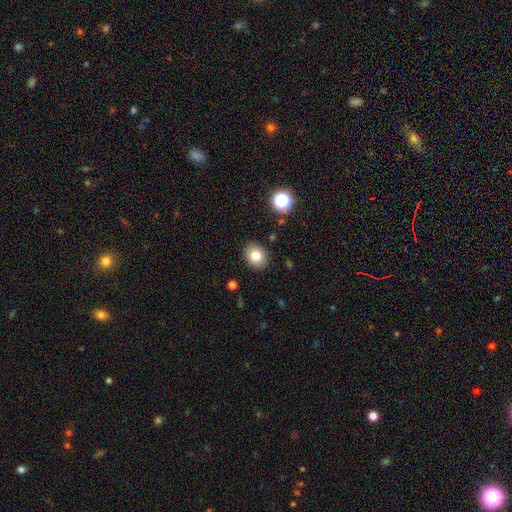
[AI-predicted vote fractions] A smooth galaxy with no disk features (79%) that is round (54%). Merging: none (88%).